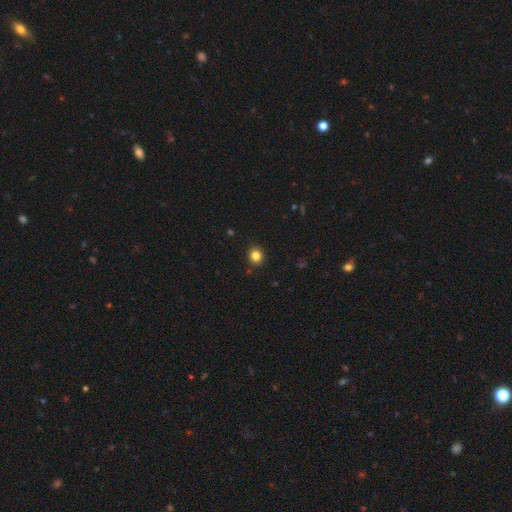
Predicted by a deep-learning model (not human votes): Smooth or featured? smooth (83%)
How rounded? round (86%)
Merging? none (91%)